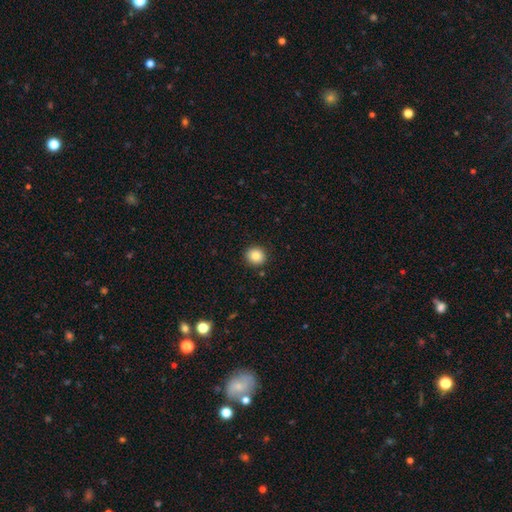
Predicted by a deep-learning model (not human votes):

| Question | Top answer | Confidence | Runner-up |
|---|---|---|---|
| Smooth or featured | smooth | 84% | star or artifact (10%) |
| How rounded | round | 88% | in between (11%) |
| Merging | none | 91% | minor disturbance (6%) |